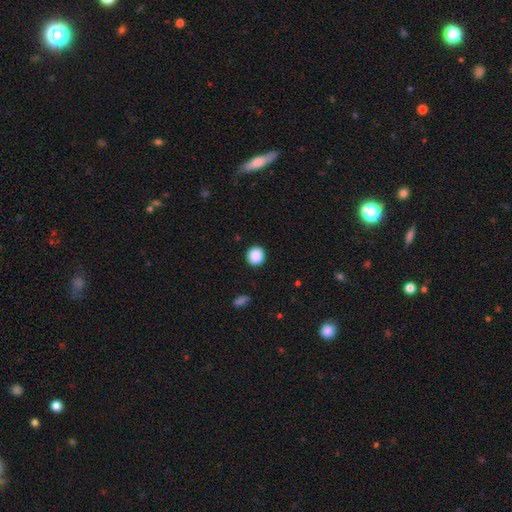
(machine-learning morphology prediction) Q: Smooth or featured?
A: smooth (89%); runner-up: star or artifact (9%)
Q: How rounded?
A: round (92%); runner-up: in between (8%)
Q: Merging?
A: none (92%); runner-up: minor disturbance (5%)